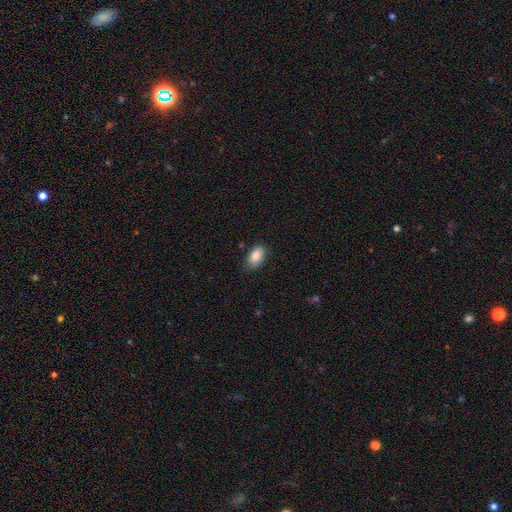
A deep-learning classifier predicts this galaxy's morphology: This appears to be a smooth galaxy with no disk features (87%) that is in between round and cigar-shaped (92%). Merging: none (78%).